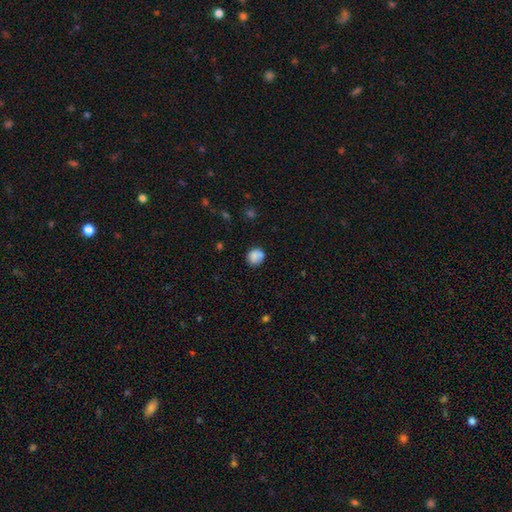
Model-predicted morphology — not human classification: A smooth galaxy with no disk features (80%) that is round (76%).

Vote fractions:
- Smooth or featured? smooth: 80% / featured or disk: 11% / star or artifact: 9%
- How rounded? round: 76% / in between: 23% / cigar-shaped: 1%
- Merging? none: 64% / minor disturbance: 18% / merger: 13% / major disturbance: 5%